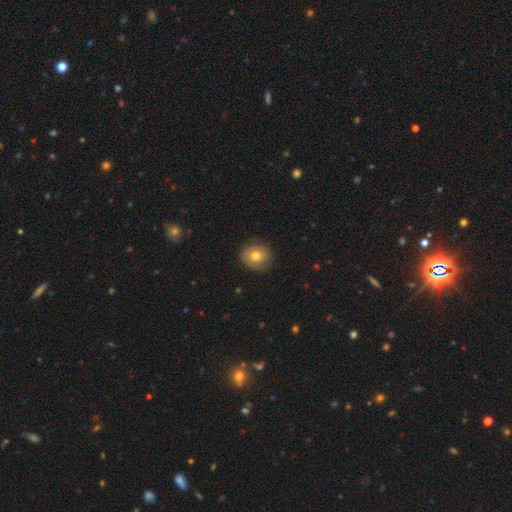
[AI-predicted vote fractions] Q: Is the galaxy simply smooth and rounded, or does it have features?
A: smooth — 69%.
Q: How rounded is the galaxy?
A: round — 76%.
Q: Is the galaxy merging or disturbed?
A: none — 82%.